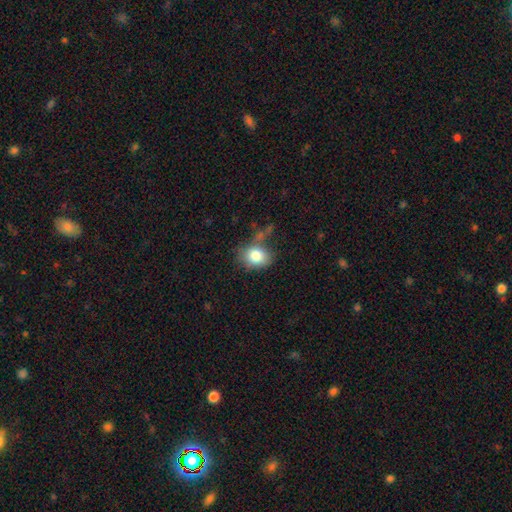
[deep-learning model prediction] smooth_or_featured: smooth (p=0.82) [alt: featured or disk p=0.09]
how_rounded: in between (p=0.53) [alt: round p=0.46]
merging: none (p=0.58) [alt: minor disturbance p=0.24]